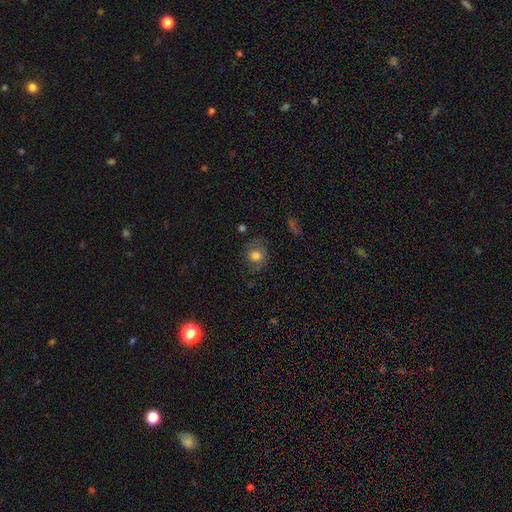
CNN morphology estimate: Smooth or featured: smooth — 70% (featured or disk — 19%)
How rounded: round — 78% (in between — 21%)
Merging: none — 69% (minor disturbance — 19%)